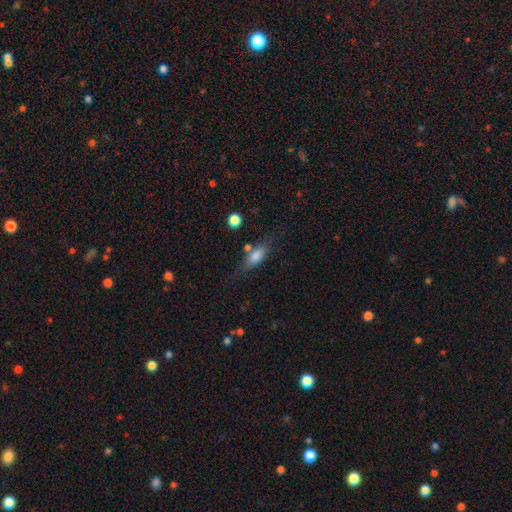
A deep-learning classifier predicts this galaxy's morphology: A smooth galaxy with no disk features (73%) that is in between round and cigar-shaped (71%). Merging: none (60%).